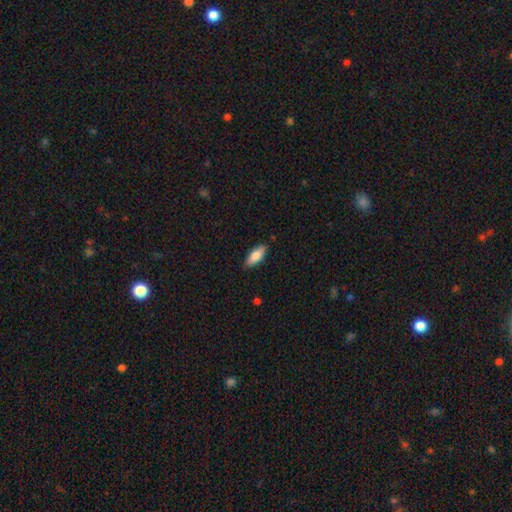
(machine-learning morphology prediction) The model was most divided on "how rounded": in between: 78%, cigar-shaped: 20%, round: 2%. More confident: merging — none (86%); smooth or featured — smooth (81%).